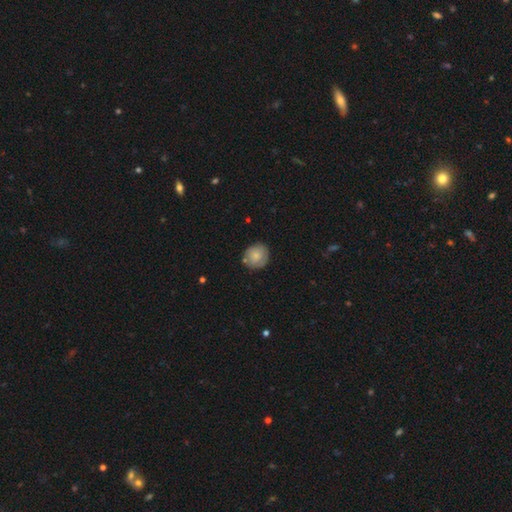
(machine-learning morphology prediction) Q: Smooth or featured?
A: smooth (77%); runner-up: featured or disk (16%)
Q: How rounded?
A: round (85%); runner-up: in between (14%)
Q: Merging?
A: none (79%); runner-up: minor disturbance (15%)